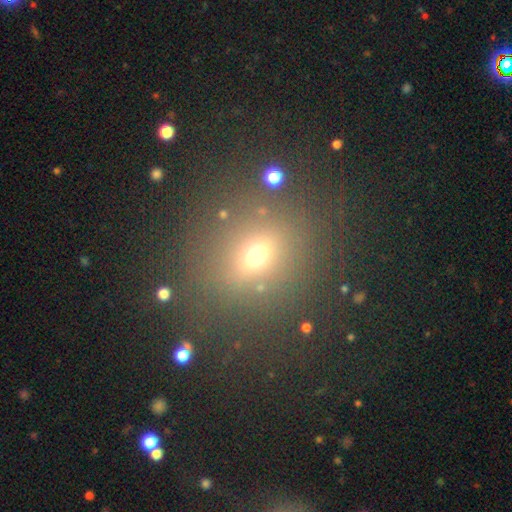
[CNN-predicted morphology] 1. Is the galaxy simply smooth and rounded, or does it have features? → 59% smooth, 29% star or artifact, 12% featured or disk.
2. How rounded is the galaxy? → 68% round, 29% in between, 3% cigar-shaped.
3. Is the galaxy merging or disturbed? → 83% none, 9% minor disturbance, 5% major disturbance, 4% merger.